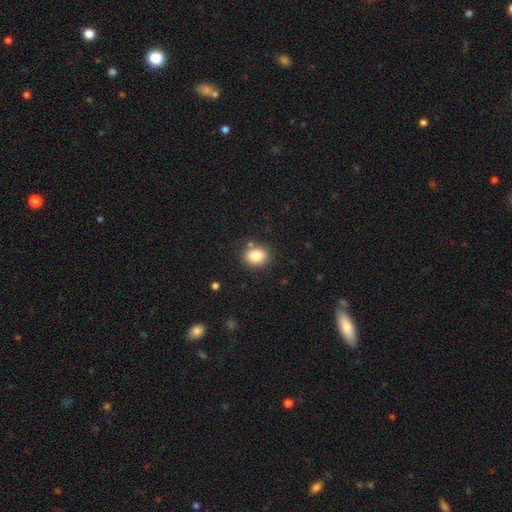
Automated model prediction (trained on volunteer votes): The model was most divided on "how rounded": round: 60%, in between: 39%, cigar-shaped: 1%. More confident: smooth or featured — smooth (84%); merging — none (82%).